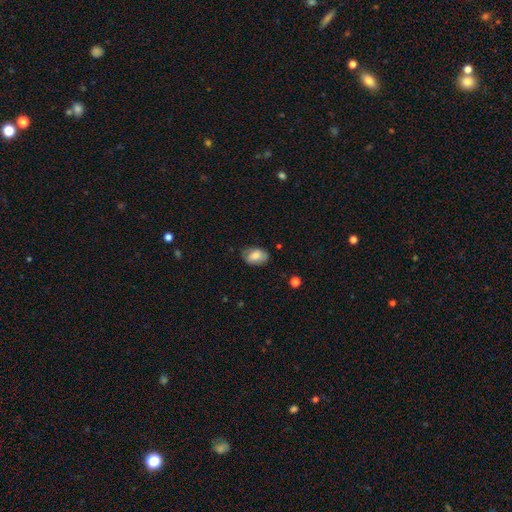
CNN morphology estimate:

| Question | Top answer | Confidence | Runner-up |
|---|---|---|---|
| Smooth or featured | smooth | 75% | featured or disk (18%) |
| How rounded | in between | 87% | round (12%) |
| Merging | none | 72% | minor disturbance (21%) |